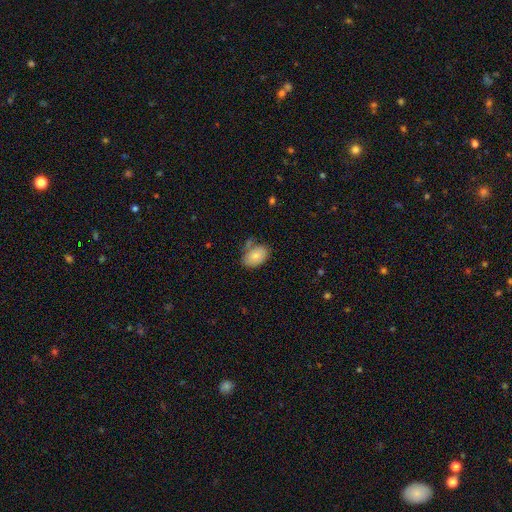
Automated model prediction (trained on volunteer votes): smooth_or_featured: smooth (p=0.79) [alt: featured or disk p=0.14]
how_rounded: in between (p=0.86) [alt: round p=0.12]
merging: none (p=0.61) [alt: minor disturbance p=0.23]